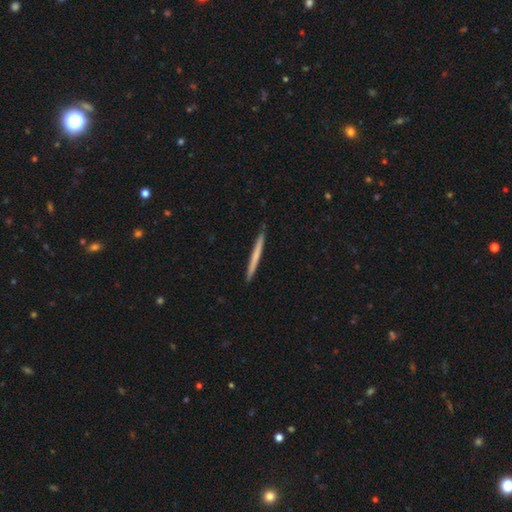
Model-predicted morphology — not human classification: A smooth galaxy with no disk features (56%) that is cigar-shaped (97%).

Vote fractions:
- Smooth or featured? smooth: 56% / featured or disk: 38% / star or artifact: 5%
- How rounded? cigar-shaped: 97% / in between: 1% / round: 1%
- Merging? none: 92% / minor disturbance: 6% / major disturbance: 1% / merger: 1%